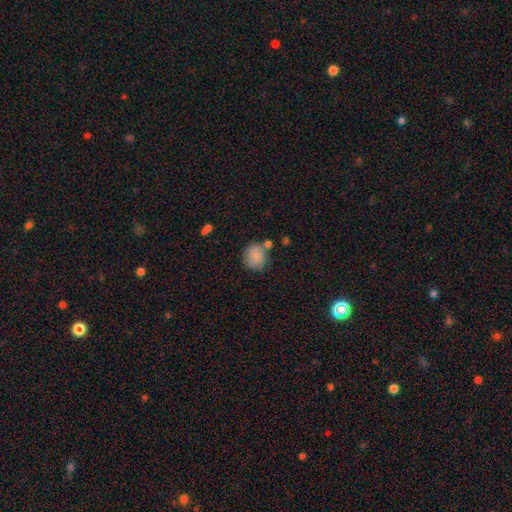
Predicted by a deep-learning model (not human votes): This appears to be a smooth galaxy with no disk features (87%) that is round (81%). Merging: none (69%).